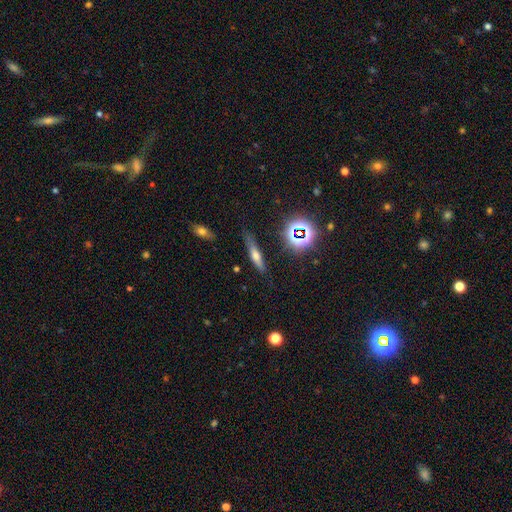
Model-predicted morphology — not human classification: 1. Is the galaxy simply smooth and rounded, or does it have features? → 44% smooth, 38% featured or disk, 17% star or artifact.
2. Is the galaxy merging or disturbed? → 79% none, 15% minor disturbance, 4% major disturbance, 3% merger.